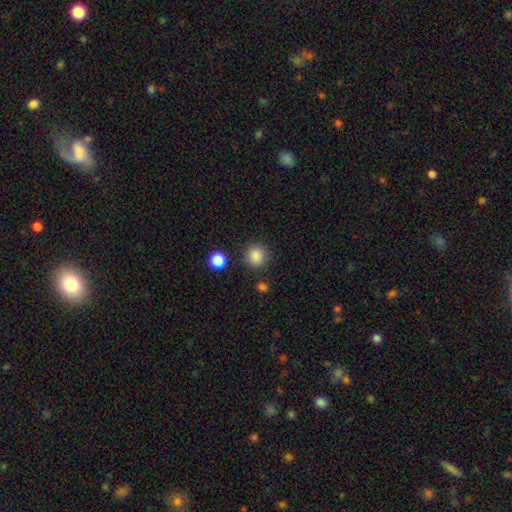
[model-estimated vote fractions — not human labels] Overall: smooth (86%). How rounded: round (92%). Merging: none (88%).